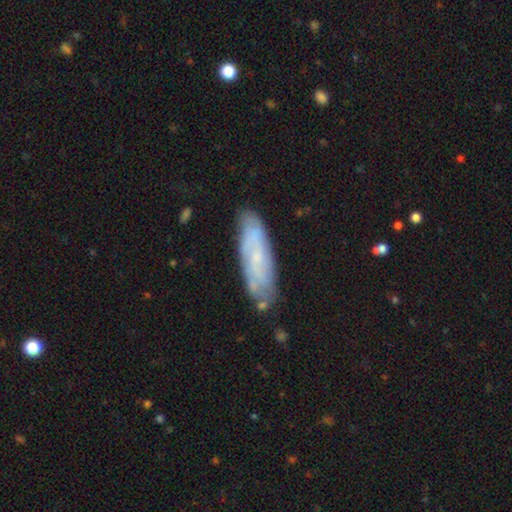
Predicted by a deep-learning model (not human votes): Q: Smooth or featured?
A: featured or disk (56%); runner-up: smooth (37%)
Q: Edge-on disk?
A: no (78%); runner-up: yes (22%)
Q: Merging?
A: none (75%); runner-up: minor disturbance (18%)